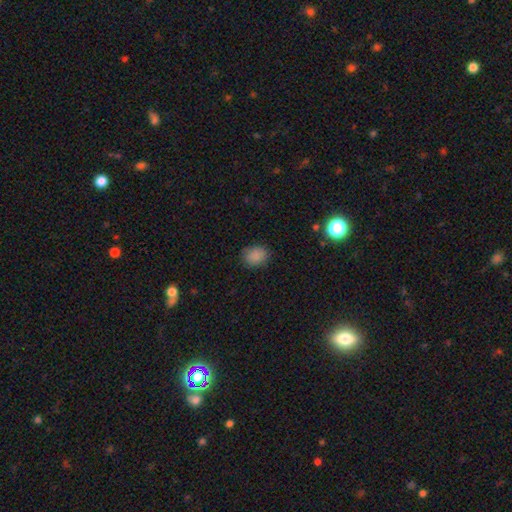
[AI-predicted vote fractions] Morphology: type=smooth (86%); roundness=in between (50%); merging=none (84%).